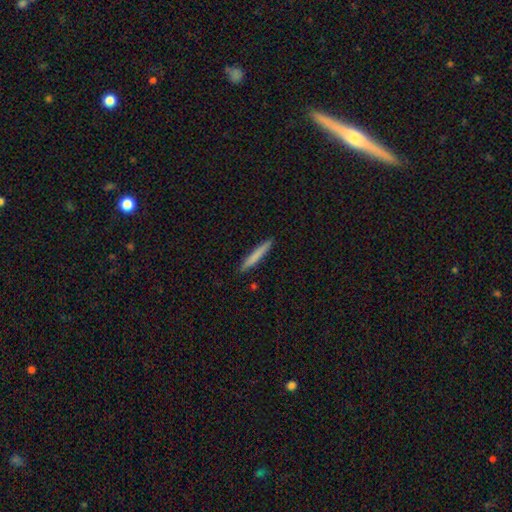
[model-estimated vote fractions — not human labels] A smooth galaxy with no disk features (75%) that is cigar-shaped (96%). Merging: none (91%).